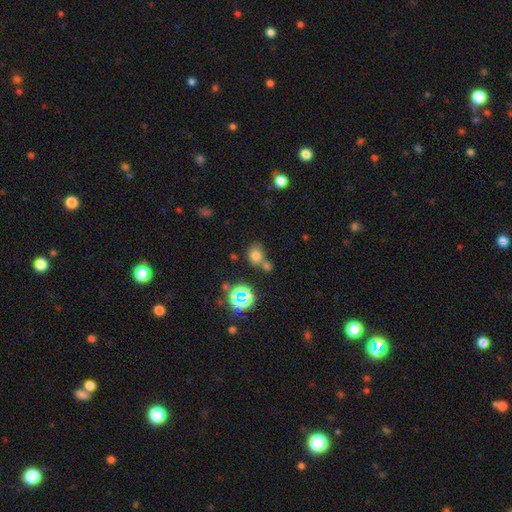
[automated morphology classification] Smooth or featured: smooth — 70% (star or artifact — 21%)
How rounded: round — 65% (in between — 34%)
Merging: none — 53% (merger — 31%)